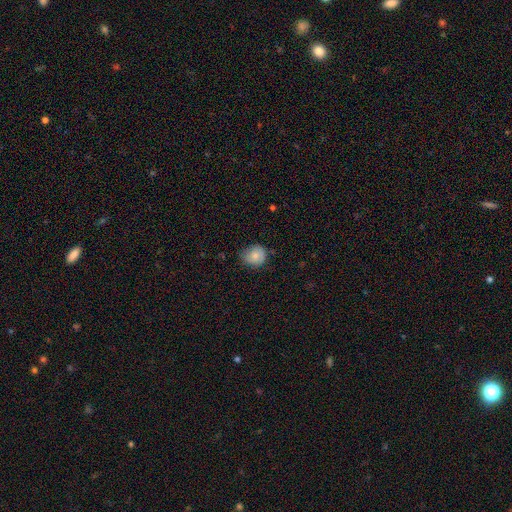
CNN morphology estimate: type=smooth (78%); roundness=round (72%); merging=none (63%).